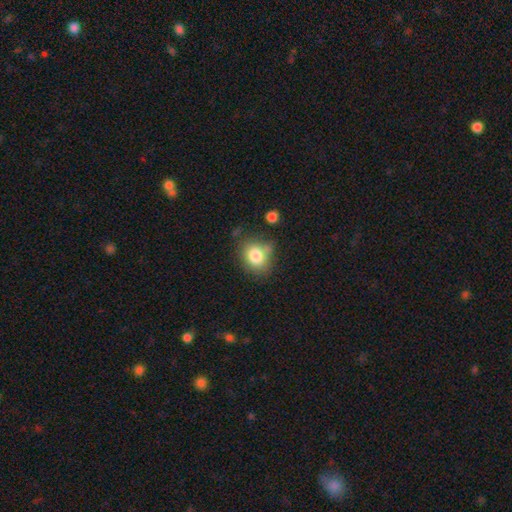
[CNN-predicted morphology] Overall: smooth (82%). How rounded: round (54%; in between 45%). Merging: none (66%).